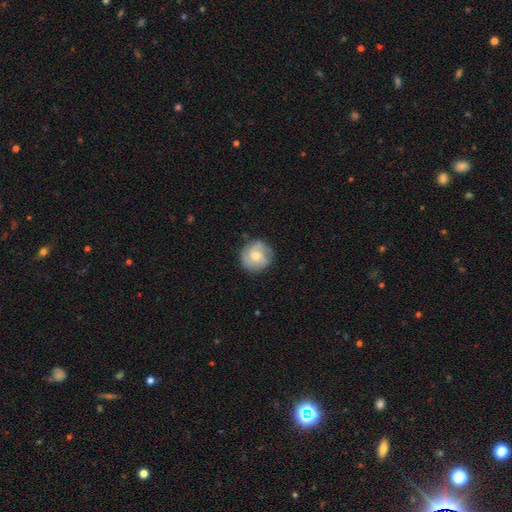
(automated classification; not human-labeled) Overall: smooth (48%; featured or disk 45%). Merging: none (79%).